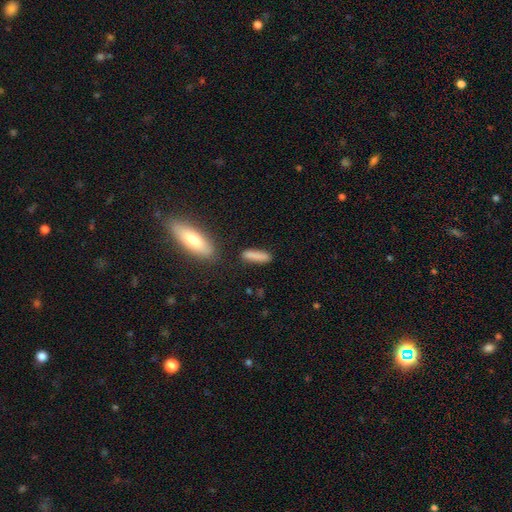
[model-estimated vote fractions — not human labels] This appears to be a smooth galaxy with no disk features (85%) that is cigar-shaped (69%). Merging: none (79%).